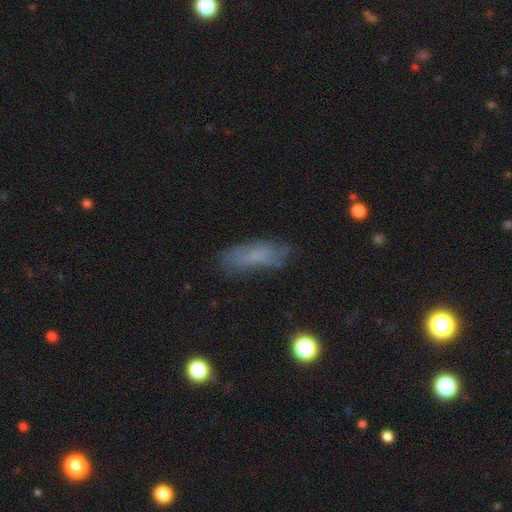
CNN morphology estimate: type=smooth (61%); roundness=in between (59%); merging=none (69%).